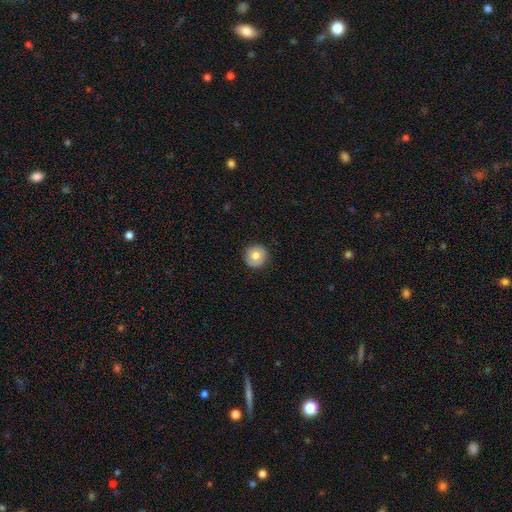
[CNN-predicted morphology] A smooth galaxy with no disk features (74%) that is round (95%).

Vote fractions:
- Smooth or featured? smooth: 74% / featured or disk: 18% / star or artifact: 8%
- How rounded? round: 95% / in between: 4% / cigar-shaped: 1%
- Merging? none: 89% / minor disturbance: 8% / major disturbance: 2% / merger: 1%